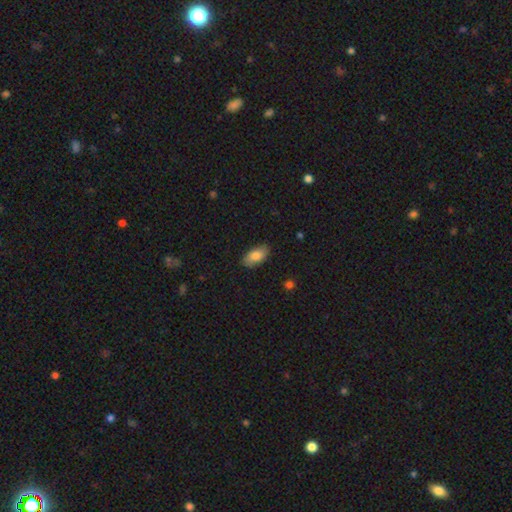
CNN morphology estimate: Smooth or featured? Predicted: smooth (p=0.81). How rounded? Predicted: in between (p=0.93). Merging? Predicted: none (p=0.85).